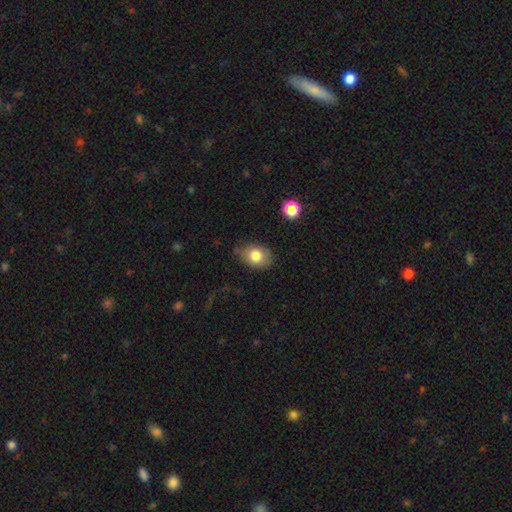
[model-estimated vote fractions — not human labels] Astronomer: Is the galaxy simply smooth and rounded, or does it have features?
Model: smooth — 79%.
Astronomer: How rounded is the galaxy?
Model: in between — 68%.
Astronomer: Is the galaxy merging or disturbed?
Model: none — 68%.